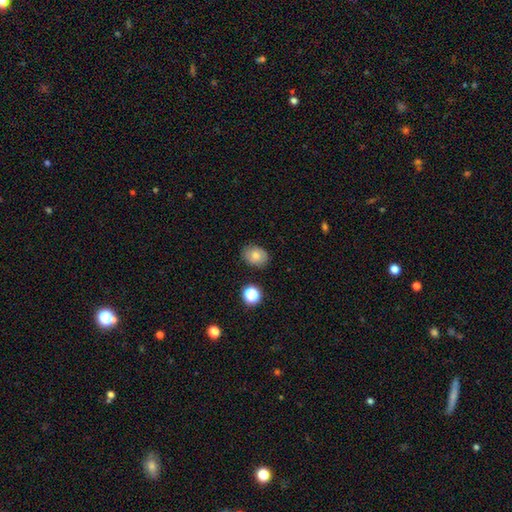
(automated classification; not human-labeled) smooth_or_featured: smooth (p=0.73) [alt: featured or disk p=0.16]
how_rounded: in between (p=0.57) [alt: round p=0.42]
merging: none (p=0.83) [alt: minor disturbance p=0.12]